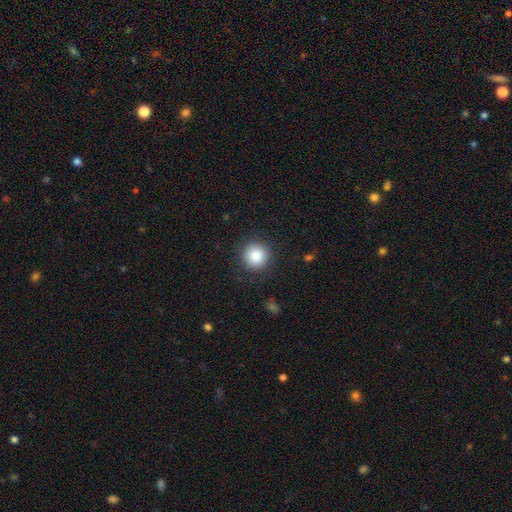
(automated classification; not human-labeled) A smooth galaxy with no disk features (85%) that is round (94%).

Vote fractions:
- Smooth or featured? smooth: 85% / star or artifact: 9% / featured or disk: 6%
- How rounded? round: 94% / in between: 5% / cigar-shaped: 1%
- Merging? none: 89% / minor disturbance: 7% / major disturbance: 3% / merger: 1%